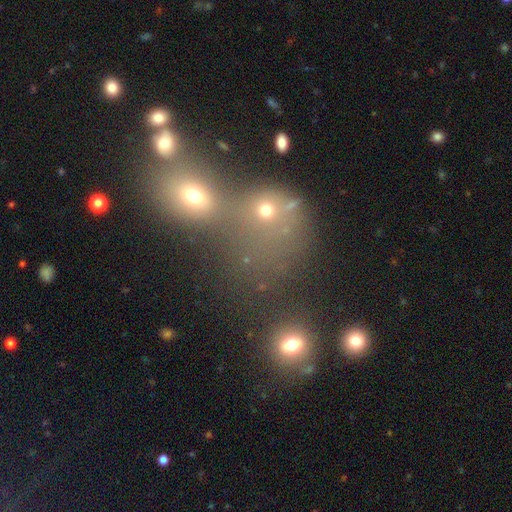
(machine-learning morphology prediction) This appears to be a smooth galaxy with no disk features (46%). Merging: merger (55%).